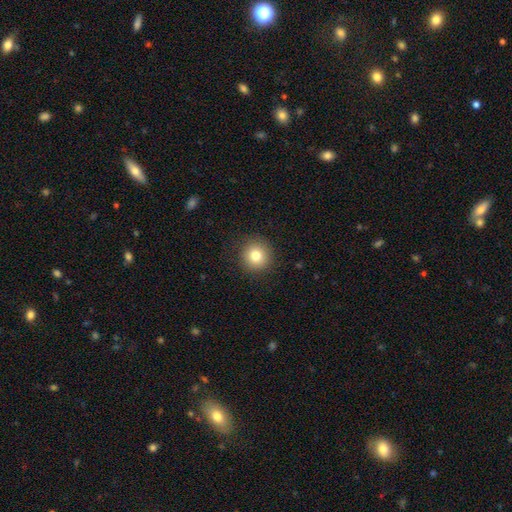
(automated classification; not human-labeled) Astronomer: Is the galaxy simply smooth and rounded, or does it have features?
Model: smooth — 80%.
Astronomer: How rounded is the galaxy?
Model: round — 93%.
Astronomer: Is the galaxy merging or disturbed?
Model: none — 90%.